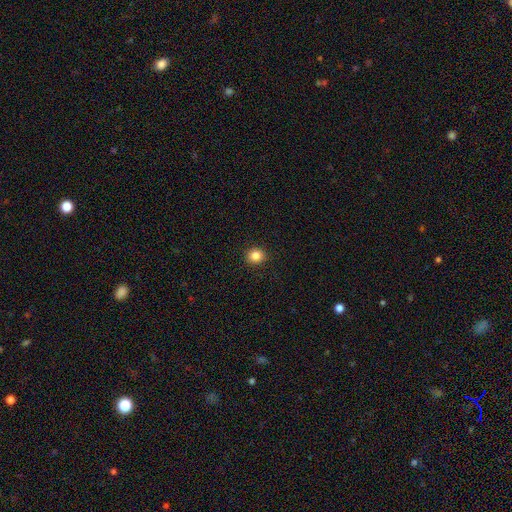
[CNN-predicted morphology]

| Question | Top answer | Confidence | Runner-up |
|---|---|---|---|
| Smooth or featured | smooth | 85% | star or artifact (11%) |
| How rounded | round | 85% | in between (14%) |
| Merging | none | 92% | minor disturbance (5%) |